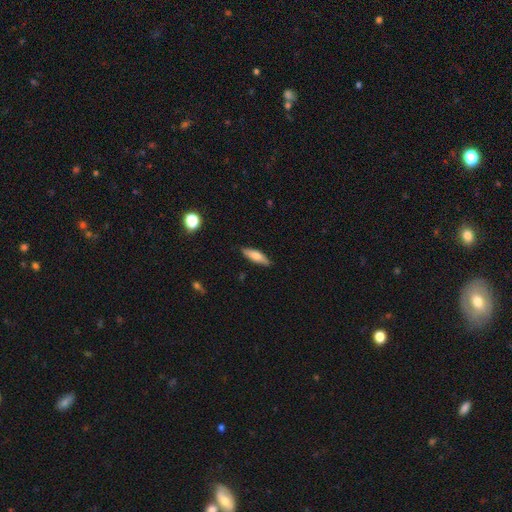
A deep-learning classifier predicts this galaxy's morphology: This is likely a smooth galaxy (72%). How rounded: possibly cigar-shaped (54%). Merging: clearly none (86%).